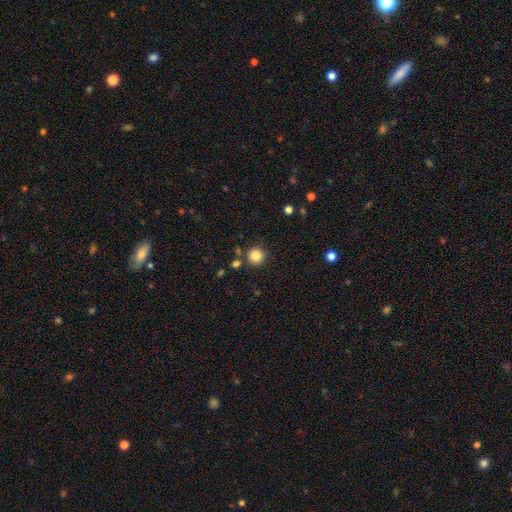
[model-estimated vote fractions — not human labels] Smooth or featured: smooth — 85% (star or artifact — 11%)
How rounded: round — 94% (in between — 5%)
Merging: none — 84% (minor disturbance — 7%)